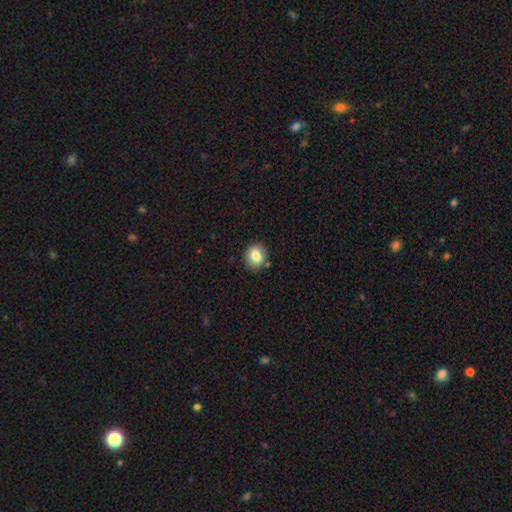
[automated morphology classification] This is likely a smooth galaxy (80%). How rounded: likely round (64%). Merging: clearly none (84%).